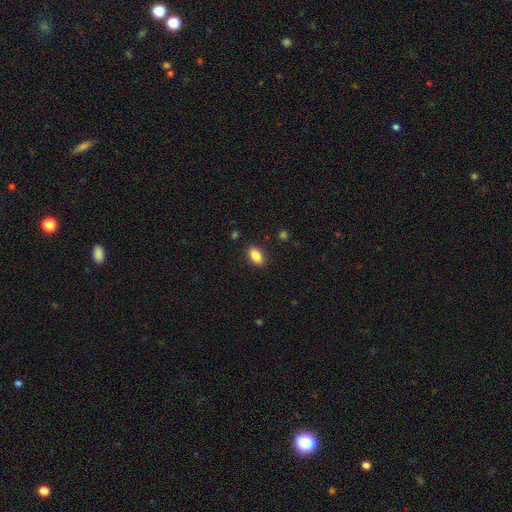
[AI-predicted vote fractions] smooth 87%, star or artifact 8%, featured or disk 5%. Down the decision tree: how rounded — in between (90%); merging — none (88%).